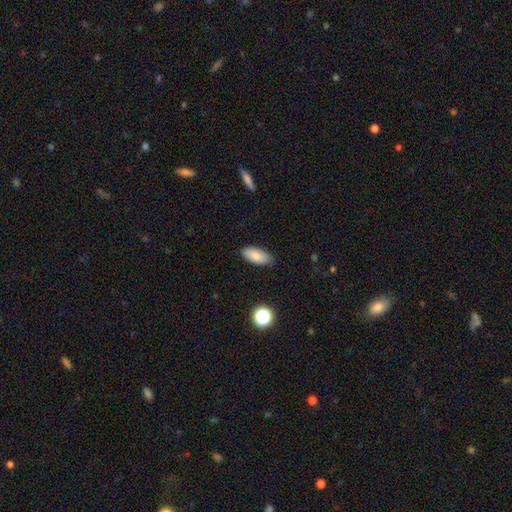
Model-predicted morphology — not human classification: smooth_or_featured: smooth (p=0.83) [alt: featured or disk p=0.09]
how_rounded: in between (p=0.90) [alt: cigar-shaped p=0.08]
merging: none (p=0.85) [alt: minor disturbance p=0.11]